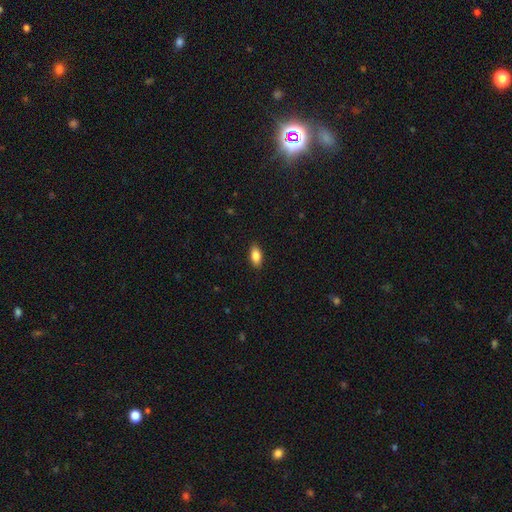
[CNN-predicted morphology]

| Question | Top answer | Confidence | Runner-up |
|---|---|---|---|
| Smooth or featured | smooth | 85% | featured or disk (8%) |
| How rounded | in between | 89% | cigar-shaped (8%) |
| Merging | none | 88% | minor disturbance (9%) |